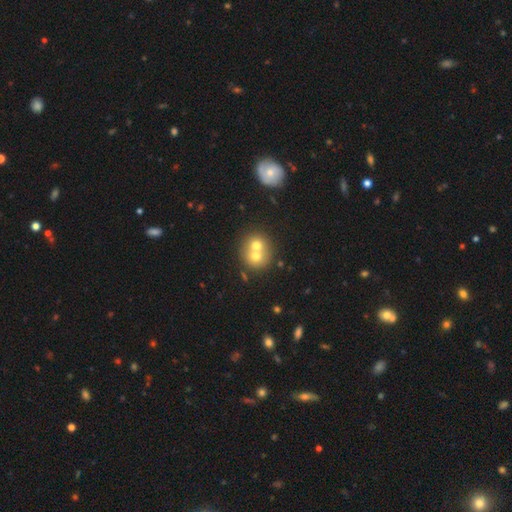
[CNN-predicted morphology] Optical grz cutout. It shows a smooth galaxy with no disk features (66%) that is round (82%). Merging: merger (63%).